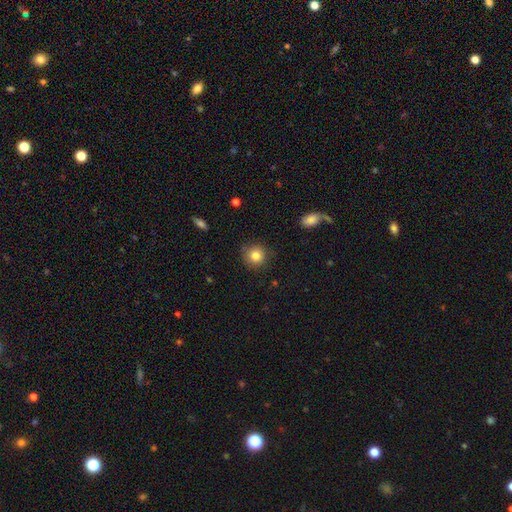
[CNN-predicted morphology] type=smooth (82%); roundness=round (92%); merging=none (86%).